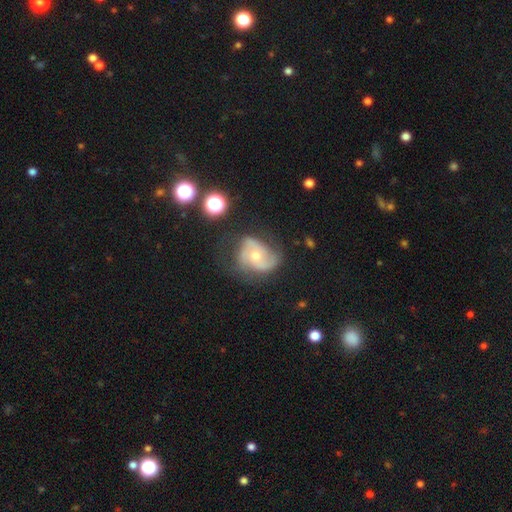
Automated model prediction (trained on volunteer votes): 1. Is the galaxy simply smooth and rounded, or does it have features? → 74% featured or disk, 18% smooth, 8% star or artifact.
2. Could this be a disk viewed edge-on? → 97% no, 3% yes.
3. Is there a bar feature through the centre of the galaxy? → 70% no, 24% weak, 5% strong.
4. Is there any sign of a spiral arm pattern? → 90% yes, 10% no.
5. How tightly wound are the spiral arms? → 46% medium, 30% loose, 24% tight.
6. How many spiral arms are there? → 53% 2, 22% 3, 15% can't tell, 5% 1, 3% 4, 2% more than 4.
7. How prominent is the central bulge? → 56% moderate, 39% small, 2% large, 1% none, 1% dominant.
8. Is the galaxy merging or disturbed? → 51% none, 28% minor disturbance, 18% major disturbance, 3% merger.